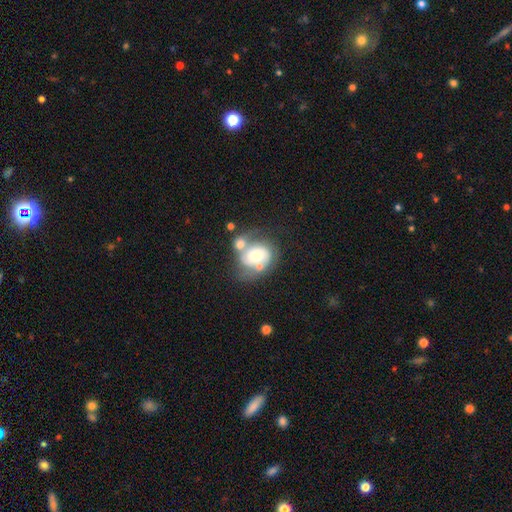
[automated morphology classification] featured or disk 65%, smooth 28%, star or artifact 7%. Down the decision tree: edge-on disk — no (97%); bar — no (68%); spiral arms — yes (79%); bulge size — moderate (58%); merging — merger (35%).